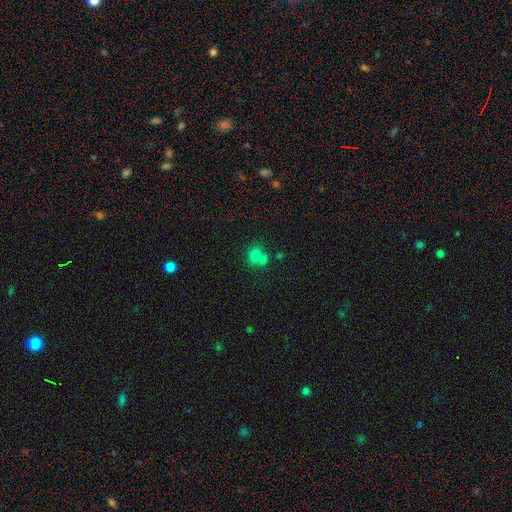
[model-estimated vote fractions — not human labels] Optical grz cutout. It shows a smooth galaxy with no disk features (73%) that is round (77%). Merging: merger (47%).